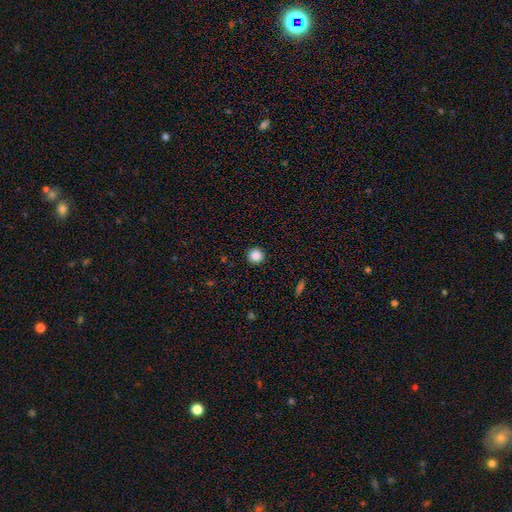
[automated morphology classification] Smooth or featured?
  - smooth: 87% *
  - star or artifact: 10%
  - featured or disk: 3%
How rounded?
  - round: 95% *
  - in between: 4%
  - cigar-shaped: 1%
Merging?
  - none: 93% *
  - minor disturbance: 4%
  - major disturbance: 2%
  - merger: 1%